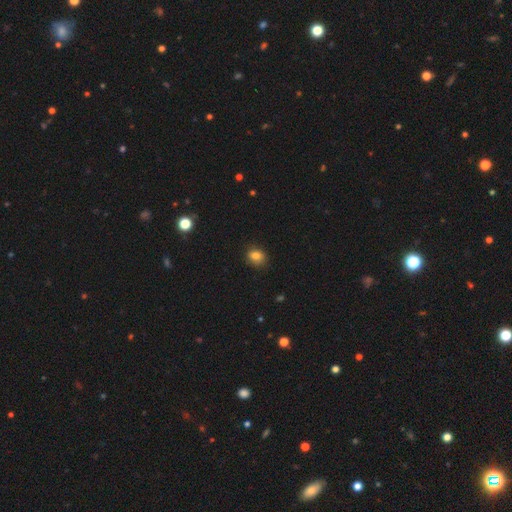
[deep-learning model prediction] Smooth or featured? smooth (83%)
How rounded? round (60%)
Merging? none (84%)